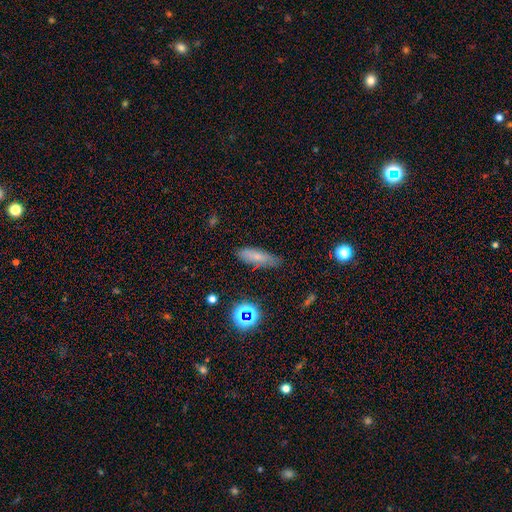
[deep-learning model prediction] Q: Smooth or featured?
A: smooth (69%); runner-up: featured or disk (17%)
Q: How rounded?
A: in between (51%); runner-up: cigar-shaped (46%)
Q: Merging?
A: none (78%); runner-up: minor disturbance (16%)